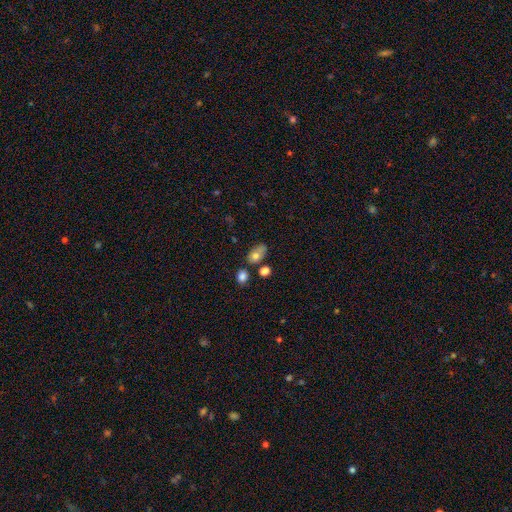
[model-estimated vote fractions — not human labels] smooth-or-featured: smooth: 74% | featured or disk: 17% | star or artifact: 10%
  how-rounded: in between: 85% | round: 14% | cigar-shaped: 2%
  merging: none: 55% | minor disturbance: 24% | merger: 13% | major disturbance: 8%